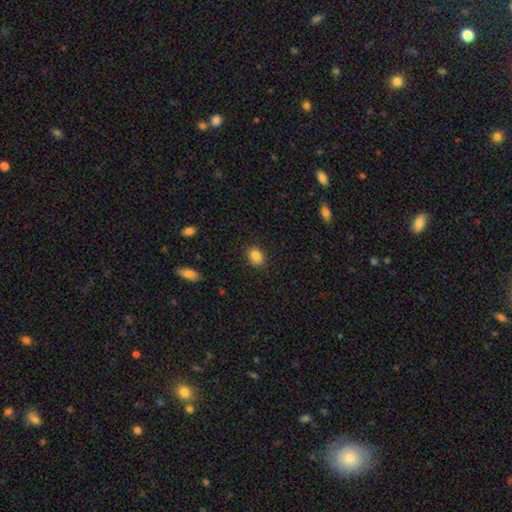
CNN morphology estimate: Smooth or featured: smooth — 85% (star or artifact — 9%)
How rounded: round — 52% (in between — 47%)
Merging: none — 83% (minor disturbance — 13%)